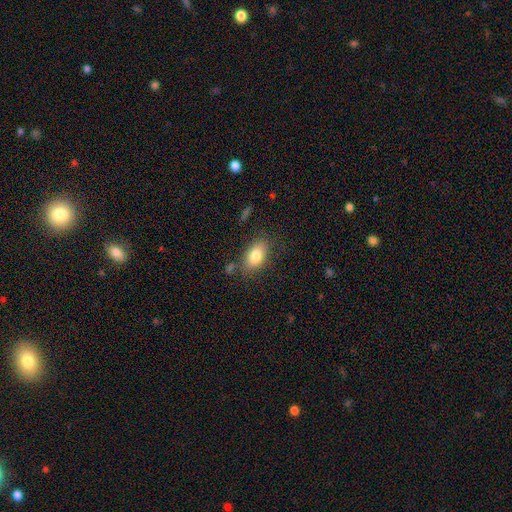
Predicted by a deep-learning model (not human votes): This appears to be a smooth galaxy with no disk features (81%) that is in between round and cigar-shaped (89%). Merging: none (77%).